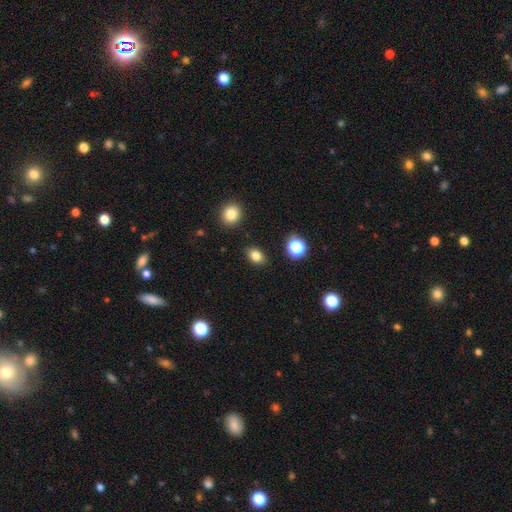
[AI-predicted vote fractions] Overall: smooth (81%). How rounded: in between (71%). Merging: none (87%).